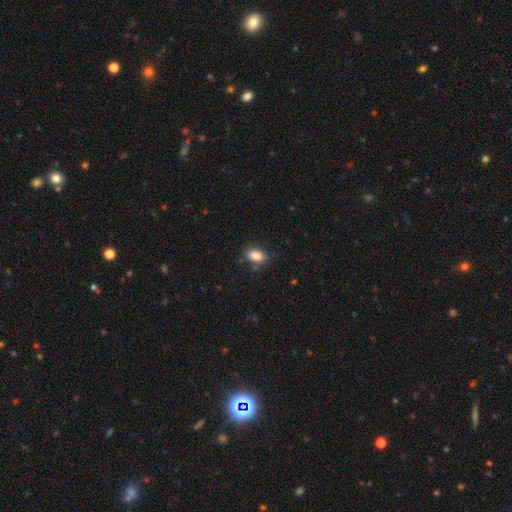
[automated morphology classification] Smooth or featured: smooth — 86% (star or artifact — 9%)
How rounded: in between — 87% (round — 11%)
Merging: none — 83% (minor disturbance — 12%)